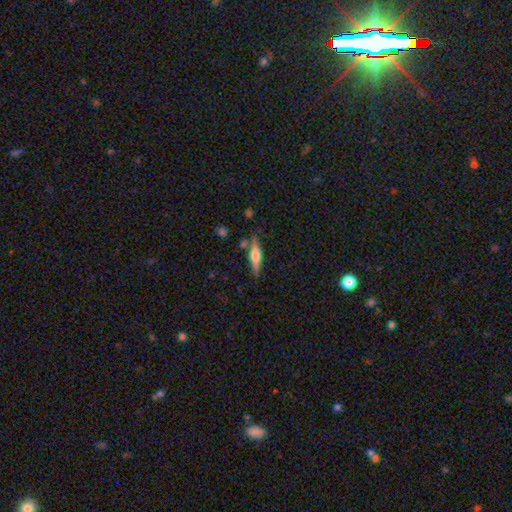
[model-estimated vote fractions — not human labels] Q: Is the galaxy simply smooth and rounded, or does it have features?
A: featured or disk — 59%.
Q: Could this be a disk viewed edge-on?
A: yes — 96%.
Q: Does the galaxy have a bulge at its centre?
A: rounded — 88%.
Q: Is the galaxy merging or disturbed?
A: none — 81%.